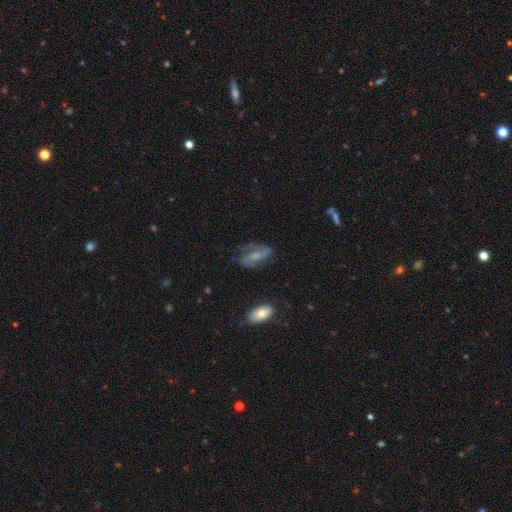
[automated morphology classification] Smooth or featured?
  - featured or disk: 50% *
  - smooth: 40%
  - star or artifact: 10%
Edge-on disk?
  - no: 92% *
  - yes: 8%
Merging?
  - none: 54% *
  - minor disturbance: 26%
  - major disturbance: 17%
  - merger: 3%